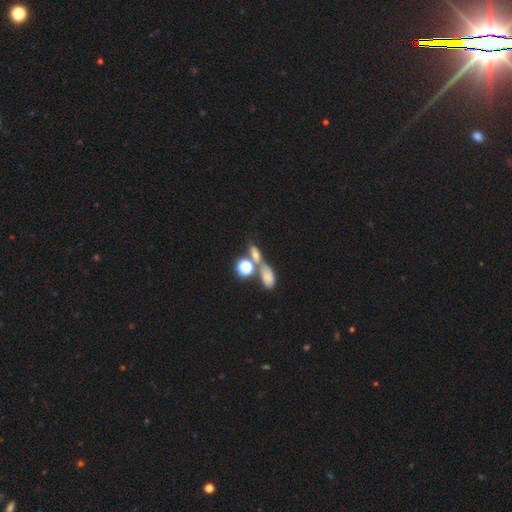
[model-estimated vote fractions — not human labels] Smooth or featured: smooth — 53% (star or artifact — 28%)
How rounded: in between — 50% (round — 38%)
Merging: merger — 43% (none — 37%)